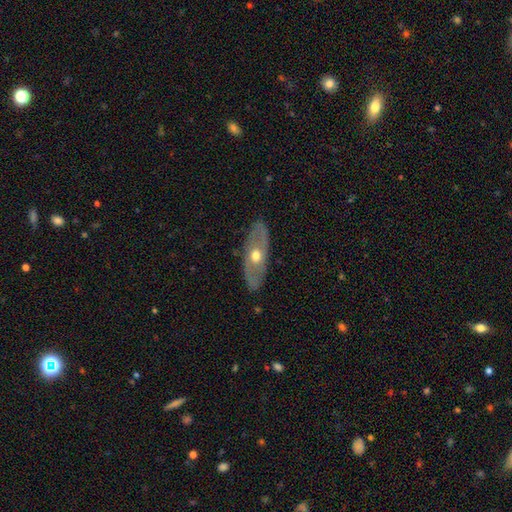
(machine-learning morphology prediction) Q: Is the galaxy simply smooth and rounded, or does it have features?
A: featured or disk — 59%.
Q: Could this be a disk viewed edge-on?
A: no — 70%.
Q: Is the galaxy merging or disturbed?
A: none — 85%.